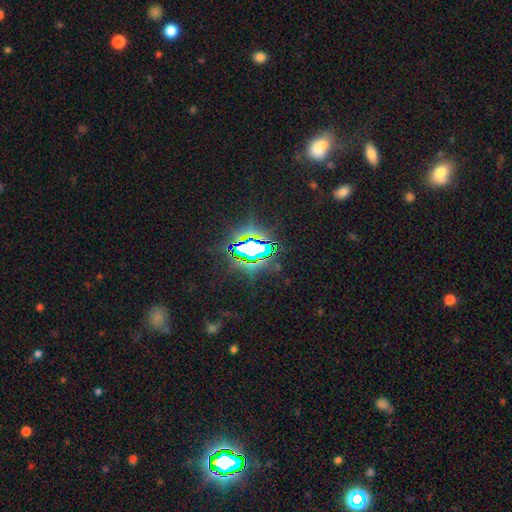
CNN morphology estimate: star or artifact 77%, smooth 12%, featured or disk 10%.